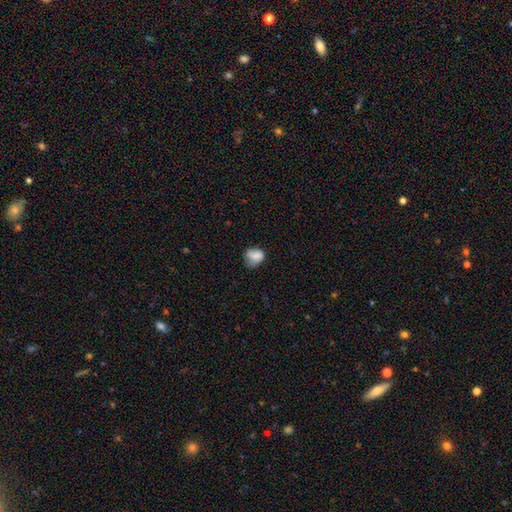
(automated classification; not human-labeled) smooth 74%, featured or disk 16%, star or artifact 9%. Down the decision tree: how rounded — round (51%); merging — none (45%).